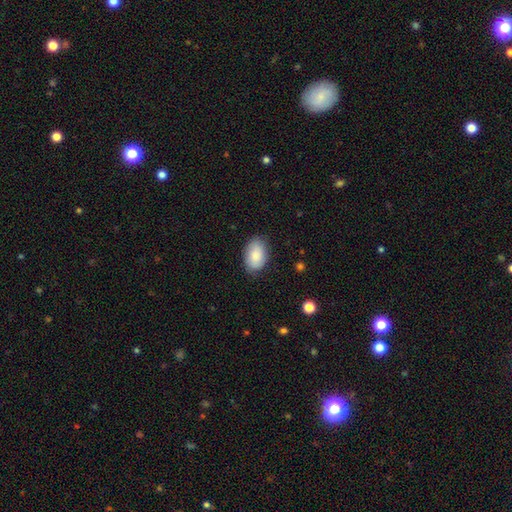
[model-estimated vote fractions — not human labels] Smooth or featured: smooth — 84% (featured or disk — 10%)
How rounded: in between — 90% (round — 8%)
Merging: none — 80% (minor disturbance — 16%)